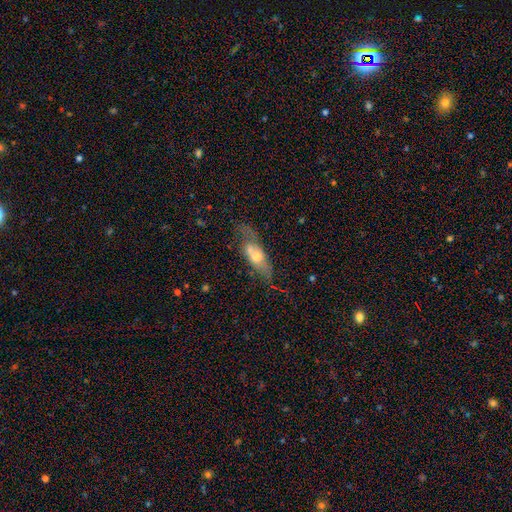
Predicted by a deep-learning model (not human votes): A featured or disk galaxy (48%).

Vote fractions:
- Smooth or featured? featured or disk: 48% / smooth: 44% / star or artifact: 8%
- Merging? none: 48% / minor disturbance: 25% / major disturbance: 15% / merger: 12%